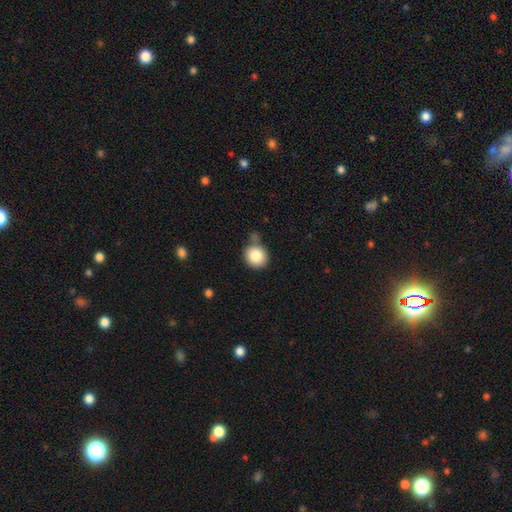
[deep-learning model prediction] Overall: smooth (84%). How rounded: round (87%). Merging: none (71%).